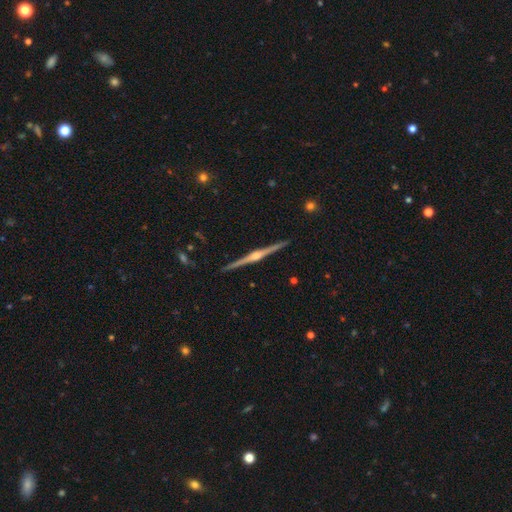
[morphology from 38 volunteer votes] smooth_or_featured: featured or disk (p=0.87) [alt: smooth p=0.08]
disk_edge_on: yes (p=1.00)
edge_on_bulge: rounded (p=0.91) [alt: boxy p=0.09]
merging: none (p=0.97) [alt: minor disturbance p=0.03]